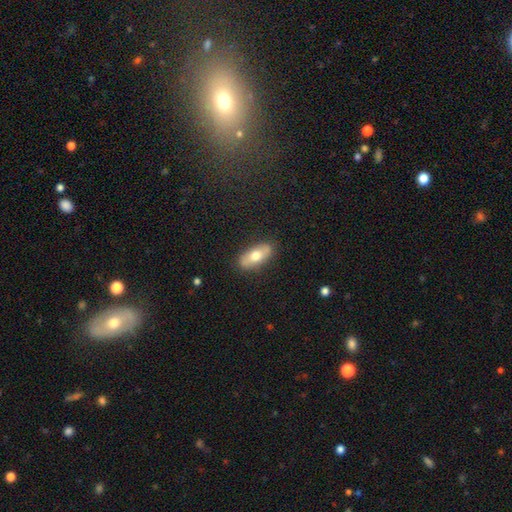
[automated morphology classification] This appears to be a smooth galaxy with no disk features (64%) that is in between round and cigar-shaped (83%). Merging: none (85%).